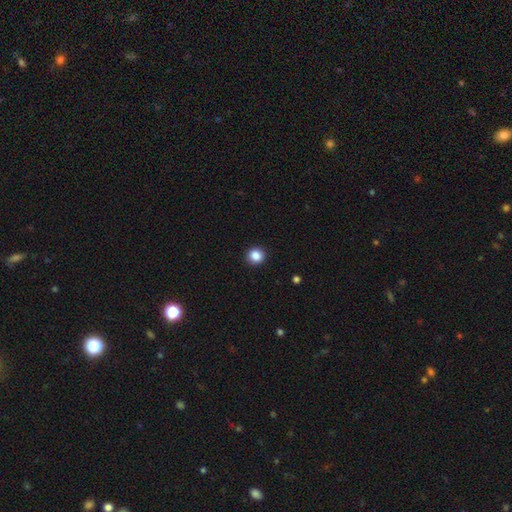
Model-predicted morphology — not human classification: This is clearly a smooth galaxy (86%). How rounded: clearly round (90%). Merging: clearly none (93%).